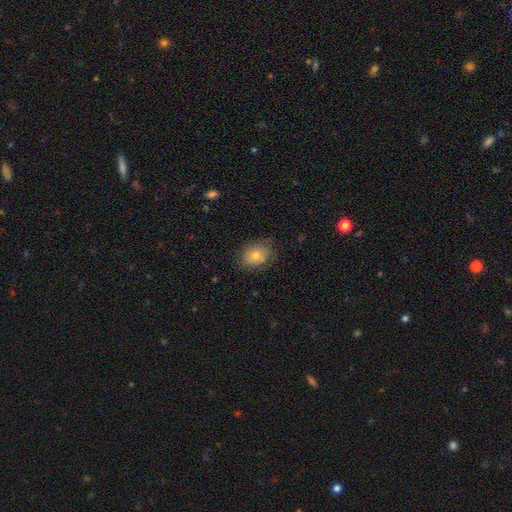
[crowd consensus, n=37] smooth_or_featured: smooth (p=0.84) [alt: featured or disk p=0.11]
how_rounded: in between (p=0.61) [alt: round p=0.39]
merging: none (p=0.74) [alt: minor disturbance p=0.14]